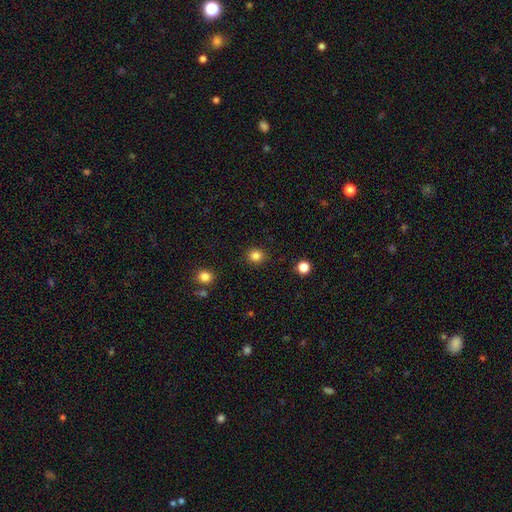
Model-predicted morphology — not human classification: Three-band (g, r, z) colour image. It shows a smooth galaxy with no disk features (84%) that is round (86%). Merging: none (91%).